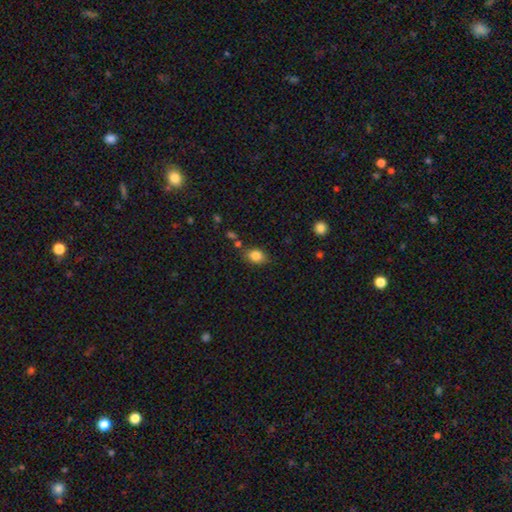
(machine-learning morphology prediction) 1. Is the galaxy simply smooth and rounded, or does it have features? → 84% smooth, 10% star or artifact, 6% featured or disk.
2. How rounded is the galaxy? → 68% in between, 30% round, 1% cigar-shaped.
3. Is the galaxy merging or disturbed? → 76% none, 15% minor disturbance, 6% merger, 4% major disturbance.